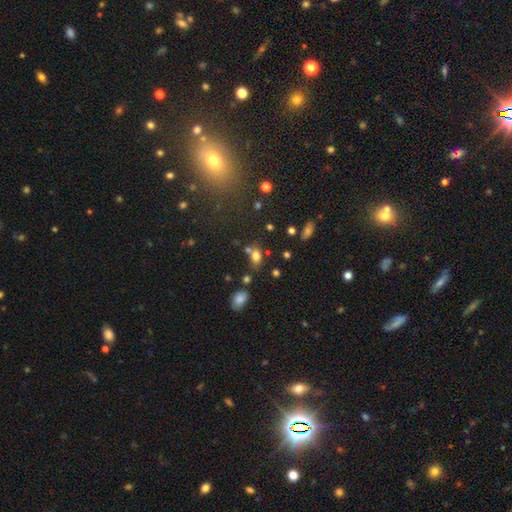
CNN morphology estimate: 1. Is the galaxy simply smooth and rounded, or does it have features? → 75% smooth, 15% star or artifact, 10% featured or disk.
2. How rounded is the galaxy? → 76% in between, 20% round, 3% cigar-shaped.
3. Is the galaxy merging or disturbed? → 48% none, 27% merger, 17% minor disturbance, 7% major disturbance.